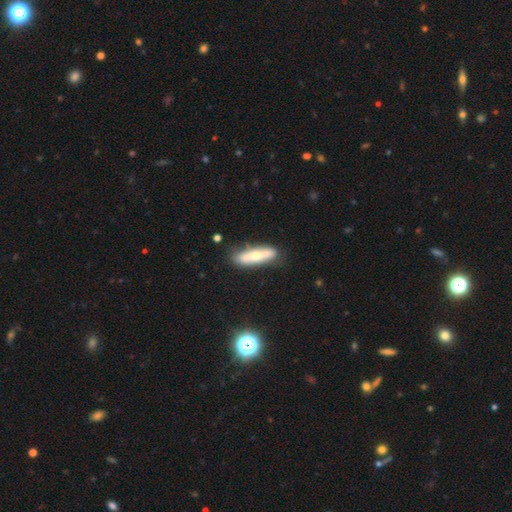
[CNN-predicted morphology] smooth_or_featured: smooth (p=0.55) [alt: featured or disk p=0.39]
how_rounded: cigar-shaped (p=0.63) [alt: in between p=0.35]
merging: none (p=0.76) [alt: minor disturbance p=0.17]